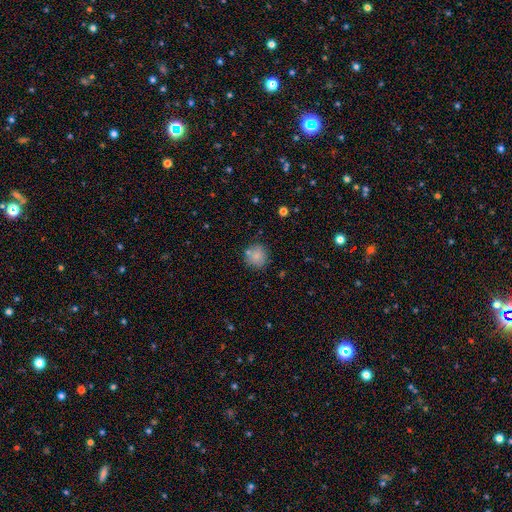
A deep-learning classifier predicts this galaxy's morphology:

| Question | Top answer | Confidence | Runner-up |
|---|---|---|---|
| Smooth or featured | smooth | 82% | star or artifact (10%) |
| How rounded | round | 88% | in between (11%) |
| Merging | none | 77% | minor disturbance (12%) |